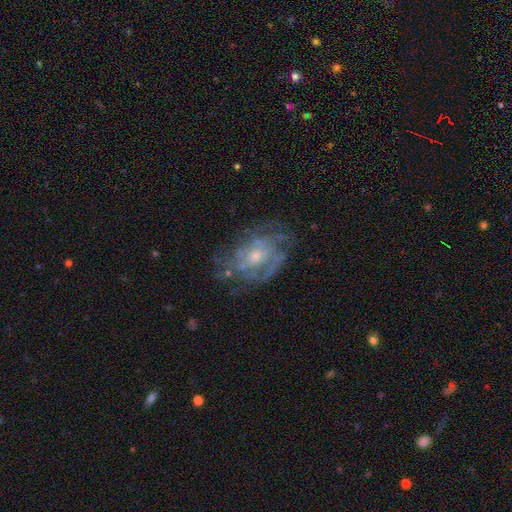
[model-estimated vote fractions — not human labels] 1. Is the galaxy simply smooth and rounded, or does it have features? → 79% featured or disk, 13% smooth, 8% star or artifact.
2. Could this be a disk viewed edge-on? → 96% no, 4% yes.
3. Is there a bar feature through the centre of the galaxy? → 73% no, 23% weak, 4% strong.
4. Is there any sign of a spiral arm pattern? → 82% yes, 18% no.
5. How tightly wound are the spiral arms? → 52% tight, 36% medium, 12% loose.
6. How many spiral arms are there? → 46% can't tell, 17% 2, 16% 3, 10% 4, 5% 1, 5% more than 4.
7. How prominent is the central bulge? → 53% small, 42% moderate, 2% none, 2% large, 1% dominant.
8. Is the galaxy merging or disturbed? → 64% none, 21% minor disturbance, 13% major disturbance, 2% merger.